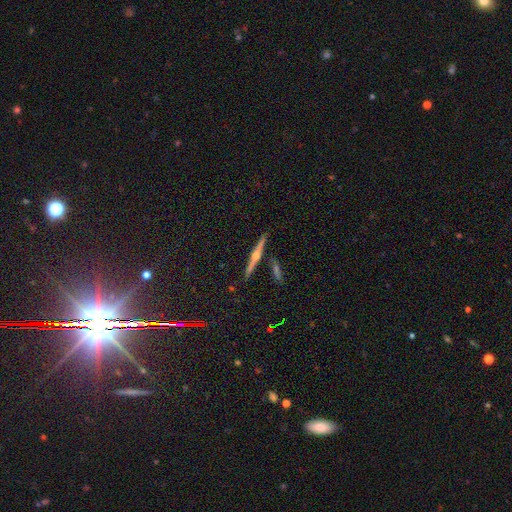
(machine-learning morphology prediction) featured or disk 73%, smooth 14%, star or artifact 13%. Down the decision tree: edge-on disk — yes (97%); edge-on bulge — rounded (85%); merging — none (86%).